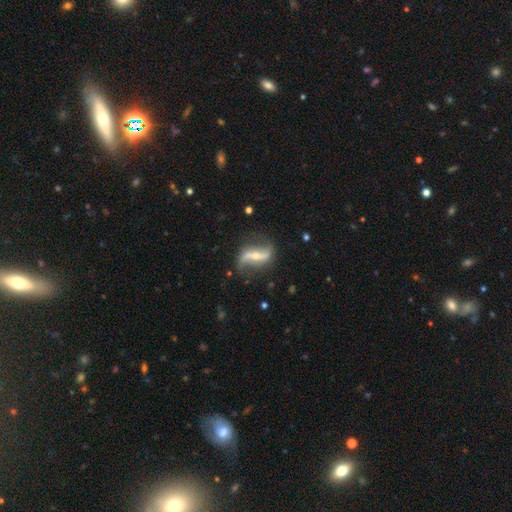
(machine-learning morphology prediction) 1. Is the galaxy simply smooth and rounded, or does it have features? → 87% featured or disk, 8% smooth, 5% star or artifact.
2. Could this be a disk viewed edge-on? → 92% no, 8% yes.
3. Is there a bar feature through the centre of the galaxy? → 51% strong, 25% weak, 24% no.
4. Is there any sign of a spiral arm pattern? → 93% yes, 7% no.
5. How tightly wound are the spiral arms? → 86% loose, 11% medium, 4% tight.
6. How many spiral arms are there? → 92% 2, 3% 1, 2% can't tell, 1% 3, 1% 4, 1% more than 4.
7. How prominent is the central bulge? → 57% small, 38% moderate, 2% none, 2% large, 1% dominant.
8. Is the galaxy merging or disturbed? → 76% none, 15% minor disturbance, 6% major disturbance, 2% merger.